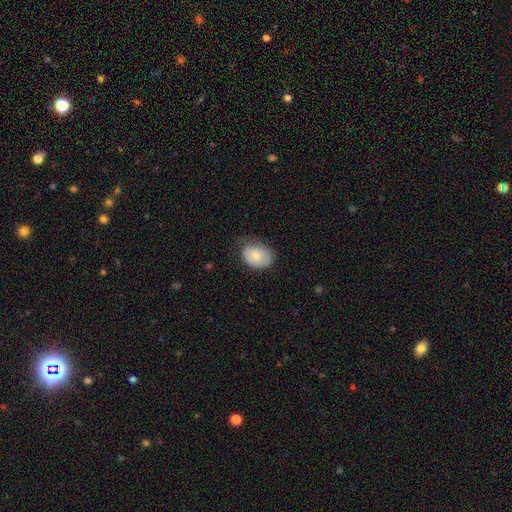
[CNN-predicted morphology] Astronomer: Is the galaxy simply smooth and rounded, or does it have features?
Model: smooth — 75%.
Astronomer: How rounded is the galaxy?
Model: in between — 71%.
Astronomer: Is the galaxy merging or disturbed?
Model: none — 54% (runner-up: minor disturbance, 34%).